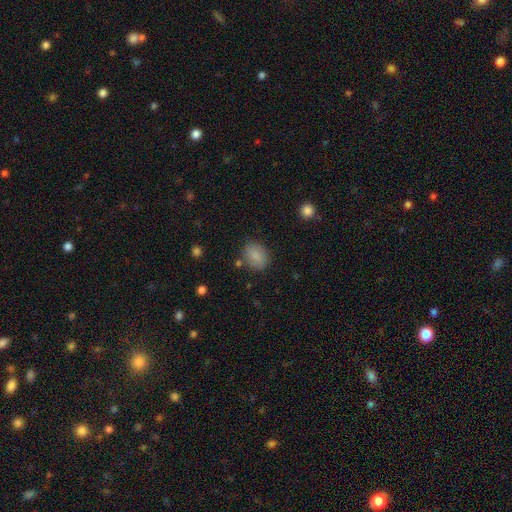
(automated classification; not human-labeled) The model was most divided on "how rounded": in between: 56%, round: 43%, cigar-shaped: 1%. More confident: smooth or featured — smooth (85%); merging — none (80%).